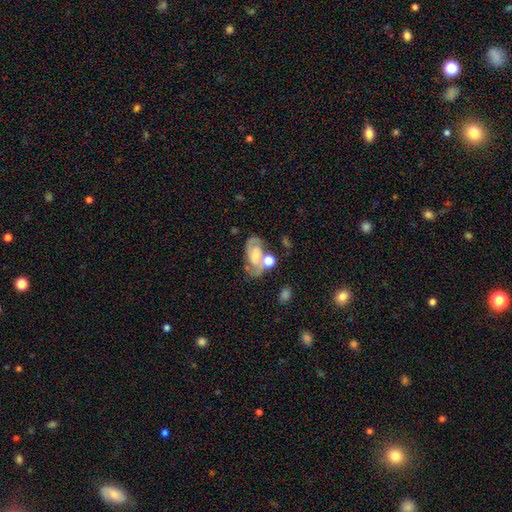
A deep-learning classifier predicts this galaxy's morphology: smooth_or_featured: featured or disk (p=0.69) [alt: smooth p=0.23]
disk_edge_on: no (p=0.96) [alt: yes p=0.04]
bar: no (p=0.50) [alt: weak p=0.37]
has_spiral_arms: yes (p=0.87) [alt: no p=0.13]
spiral_winding: medium (p=0.49) [alt: tight p=0.33]
spiral_arm_count: 2 (p=0.81) [alt: can't tell p=0.10]
bulge_size: small (p=0.37) [alt: moderate p=0.35]
merging: none (p=0.48) [alt: merger p=0.23]